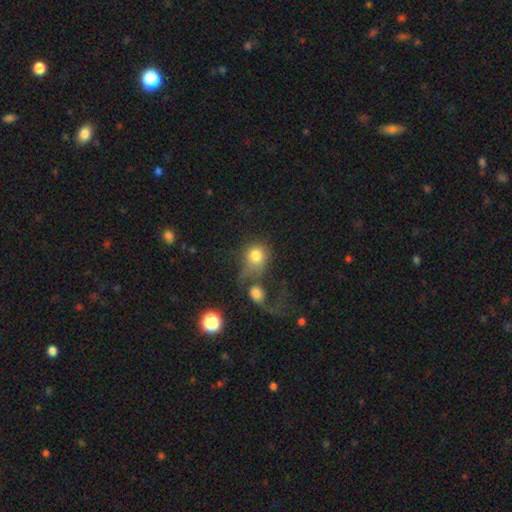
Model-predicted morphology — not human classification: Smooth or featured?
  - smooth: 70% *
  - featured or disk: 20%
  - star or artifact: 10%
How rounded?
  - round: 70% *
  - in between: 28%
  - cigar-shaped: 2%
Merging?
  - merger: 47% *
  - major disturbance: 24%
  - none: 20%
  - minor disturbance: 10%